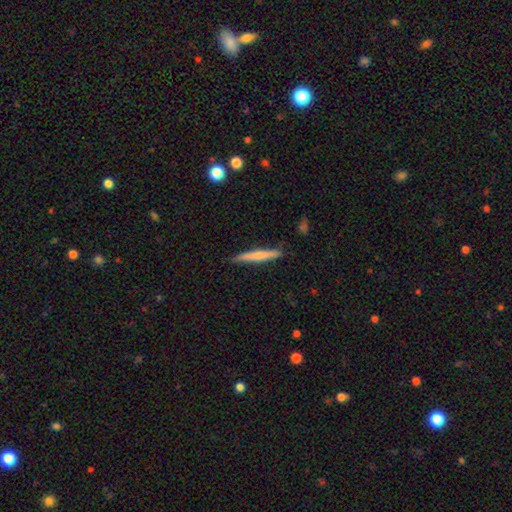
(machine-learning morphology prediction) Q: Smooth or featured?
A: smooth (57%); runner-up: featured or disk (38%)
Q: How rounded?
A: cigar-shaped (96%); runner-up: in between (3%)
Q: Merging?
A: none (89%); runner-up: minor disturbance (8%)